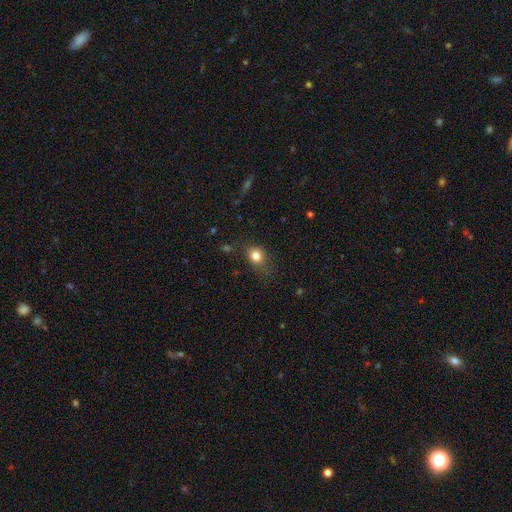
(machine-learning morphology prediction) A smooth galaxy with no disk features (81%) that is round (63%).

Vote fractions:
- Smooth or featured? smooth: 81% / star or artifact: 11% / featured or disk: 7%
- How rounded? round: 63% / in between: 36% / cigar-shaped: 1%
- Merging? none: 65% / minor disturbance: 23% / major disturbance: 9% / merger: 2%